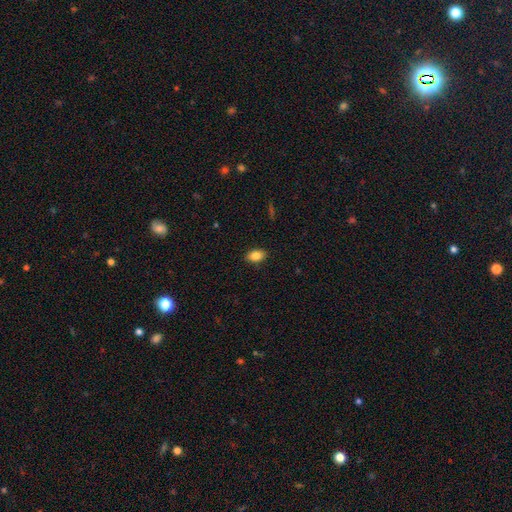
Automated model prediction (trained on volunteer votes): Smooth or featured? smooth (84%)
How rounded? in between (86%)
Merging? none (89%)